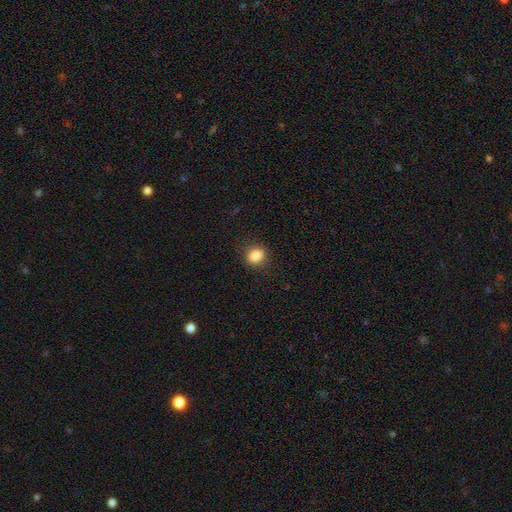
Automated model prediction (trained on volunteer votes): A smooth galaxy with no disk features (86%) that is round (63%).

Vote fractions:
- Smooth or featured? smooth: 86% / star or artifact: 10% / featured or disk: 4%
- How rounded? round: 63% / in between: 36% / cigar-shaped: 1%
- Merging? none: 88% / minor disturbance: 9% / major disturbance: 3% / merger: 1%